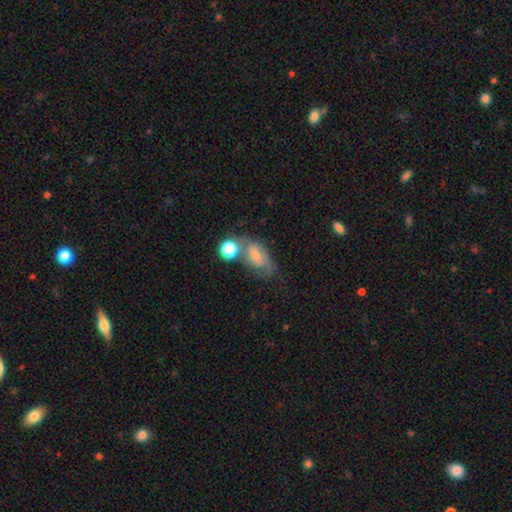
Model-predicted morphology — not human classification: smooth 47%, featured or disk 40%, star or artifact 13%. Down the decision tree: merging — none (40%).